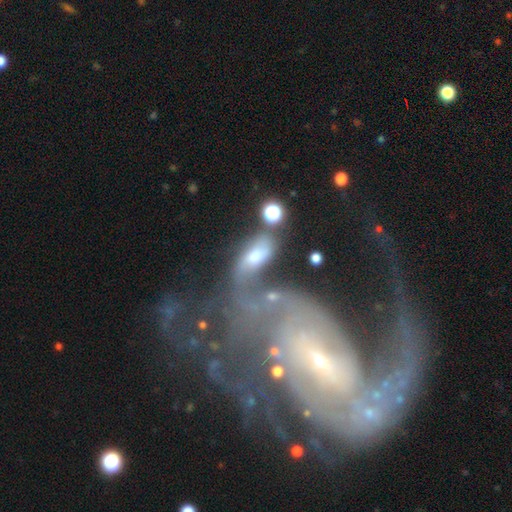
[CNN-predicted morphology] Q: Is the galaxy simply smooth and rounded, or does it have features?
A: smooth — 51%.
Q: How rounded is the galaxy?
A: in between — 78%.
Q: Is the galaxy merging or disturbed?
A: merger — 39%.